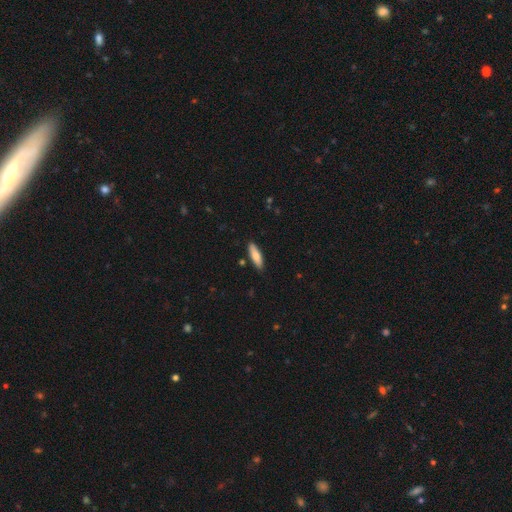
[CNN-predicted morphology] A smooth galaxy with no disk features (77%) that is cigar-shaped (53%).

Vote fractions:
- Smooth or featured? smooth: 77% / featured or disk: 17% / star or artifact: 6%
- How rounded? cigar-shaped: 53% / in between: 45% / round: 2%
- Merging? none: 87% / minor disturbance: 9% / merger: 2% / major disturbance: 2%